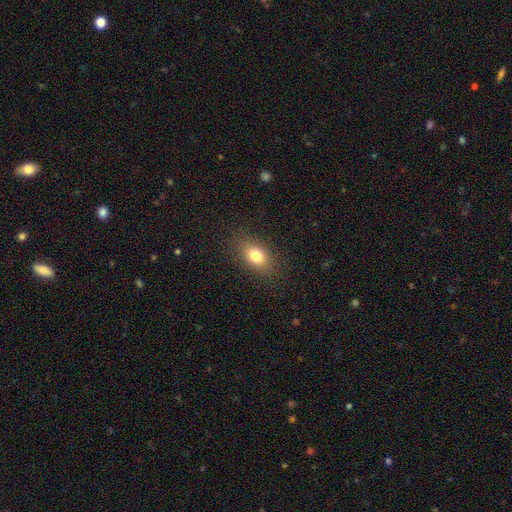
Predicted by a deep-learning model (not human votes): The model was most divided on "how rounded": in between: 81%, round: 17%, cigar-shaped: 2%. More confident: merging — none (86%); smooth or featured — smooth (80%).